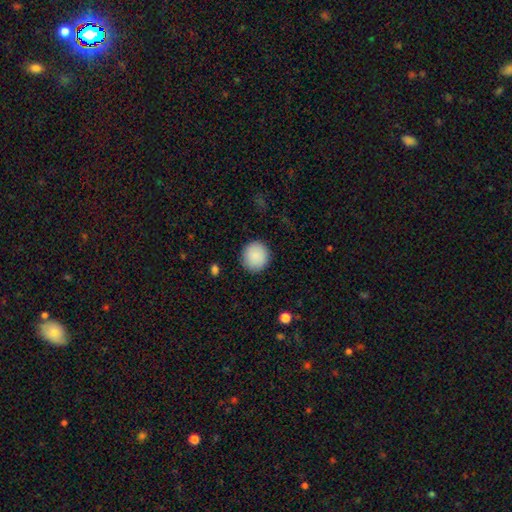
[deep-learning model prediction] Smooth or featured?
  - smooth: 90% *
  - star or artifact: 7%
  - featured or disk: 3%
How rounded?
  - round: 91% *
  - in between: 8%
  - cigar-shaped: 1%
Merging?
  - none: 90% *
  - minor disturbance: 7%
  - major disturbance: 2%
  - merger: 1%